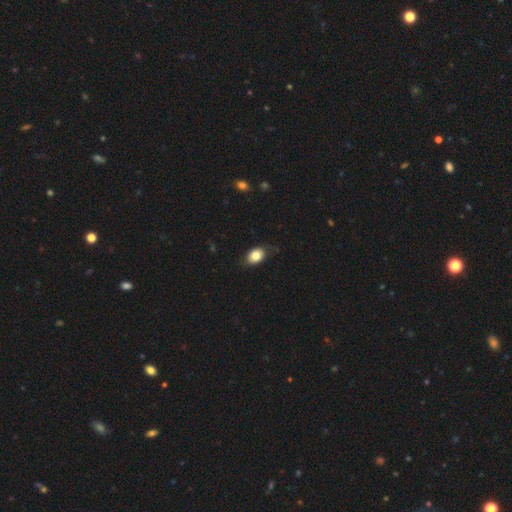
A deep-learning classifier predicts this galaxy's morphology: Overall: smooth (82%). How rounded: in between (81%). Merging: none (75%).